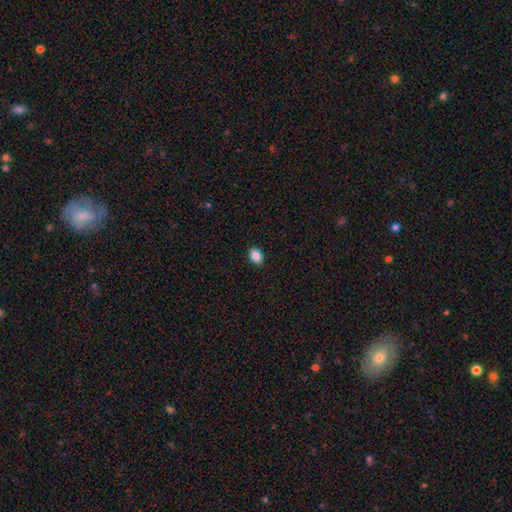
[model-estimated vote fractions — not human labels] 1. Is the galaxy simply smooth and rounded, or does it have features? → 86% smooth, 9% star or artifact, 5% featured or disk.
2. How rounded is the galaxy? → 72% in between, 27% round, 1% cigar-shaped.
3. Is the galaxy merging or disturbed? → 91% none, 7% minor disturbance, 2% major disturbance, 1% merger.